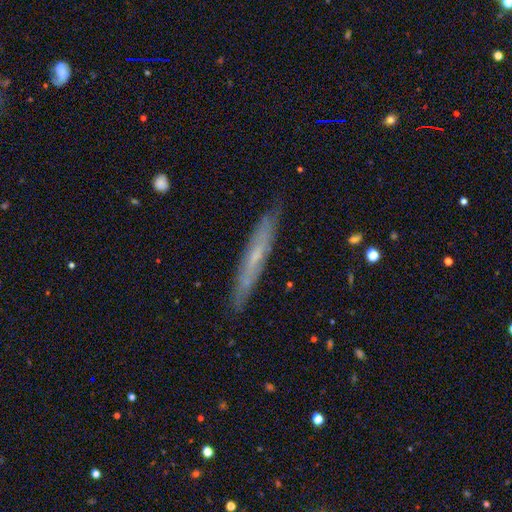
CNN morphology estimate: smooth-or-featured: featured or disk: 54% | smooth: 39% | star or artifact: 7%
  disk-edge-on: yes: 84% | no: 16%
  merging: none: 85% | minor disturbance: 12% | major disturbance: 2% | merger: 1%